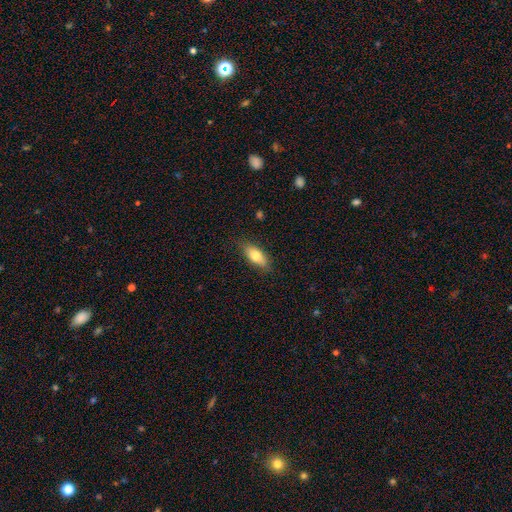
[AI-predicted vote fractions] Overall: smooth (77%). How rounded: in between (78%). Merging: none (83%).